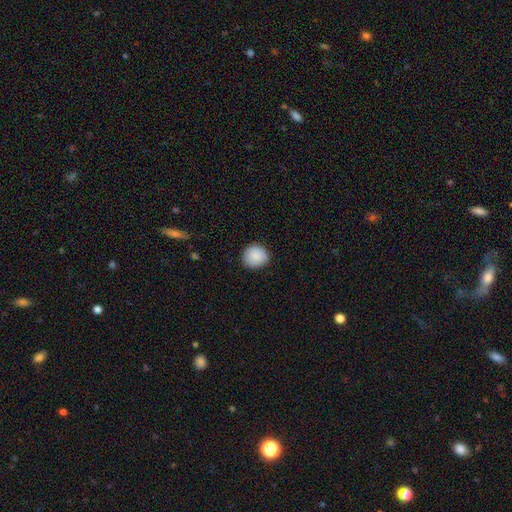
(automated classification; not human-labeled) A smooth galaxy with no disk features (88%) that is round (90%). Merging: none (88%).